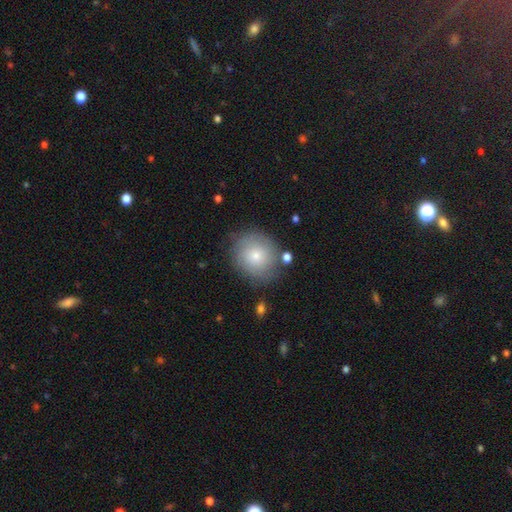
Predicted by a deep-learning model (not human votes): Smooth or featured? Predicted: smooth (p=0.69). How rounded? Predicted: round (p=0.80). Merging? Predicted: none (p=0.77).